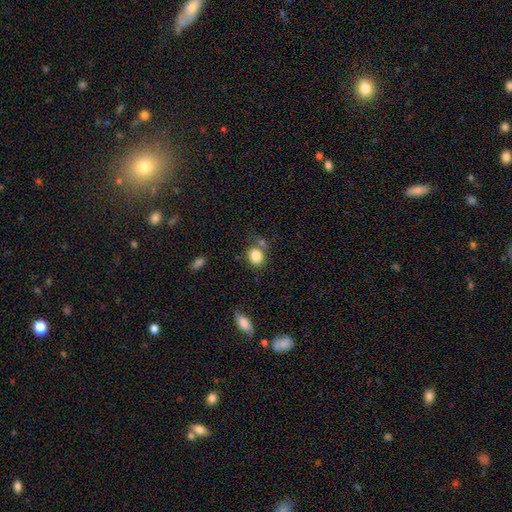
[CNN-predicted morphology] smooth 83%, star or artifact 9%, featured or disk 7%. Down the decision tree: how rounded — round (64%); merging — none (64%).